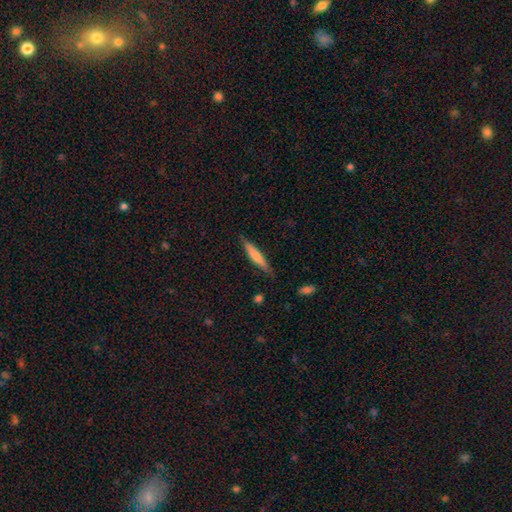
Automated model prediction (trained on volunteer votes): The model was most divided on "smooth or featured": smooth: 64%, featured or disk: 30%, star or artifact: 6%. More confident: how rounded — cigar-shaped (90%); merging — none (84%).